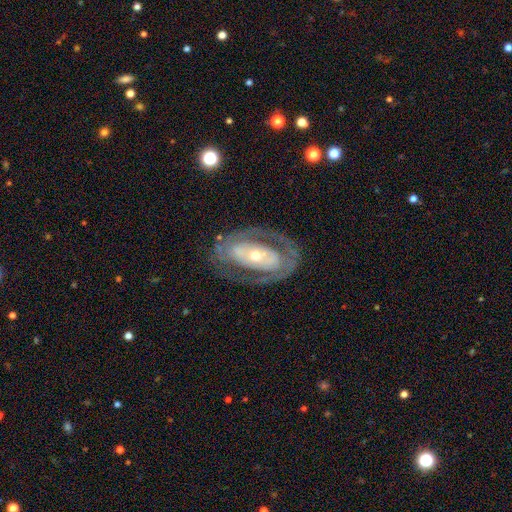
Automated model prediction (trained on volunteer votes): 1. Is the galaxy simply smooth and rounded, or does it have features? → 78% featured or disk, 17% smooth, 5% star or artifact.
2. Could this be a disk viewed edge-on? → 93% no, 7% yes.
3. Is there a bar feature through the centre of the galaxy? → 57% no, 22% strong, 21% weak.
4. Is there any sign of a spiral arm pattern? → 55% yes, 45% no.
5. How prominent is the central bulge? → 47% small, 45% moderate, 5% large, 1% dominant, 1% none.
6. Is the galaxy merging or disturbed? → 73% none, 14% minor disturbance, 12% major disturbance, 1% merger.